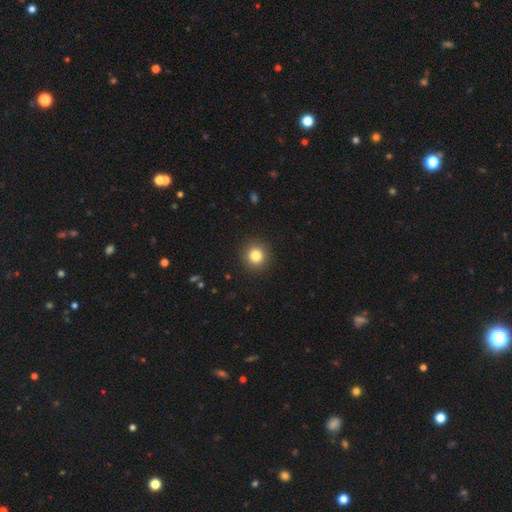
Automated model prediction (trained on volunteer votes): Smooth or featured?
  - smooth: 83% *
  - star or artifact: 11%
  - featured or disk: 6%
How rounded?
  - round: 92% *
  - in between: 7%
  - cigar-shaped: 1%
Merging?
  - none: 91% *
  - minor disturbance: 6%
  - major disturbance: 2%
  - merger: 1%